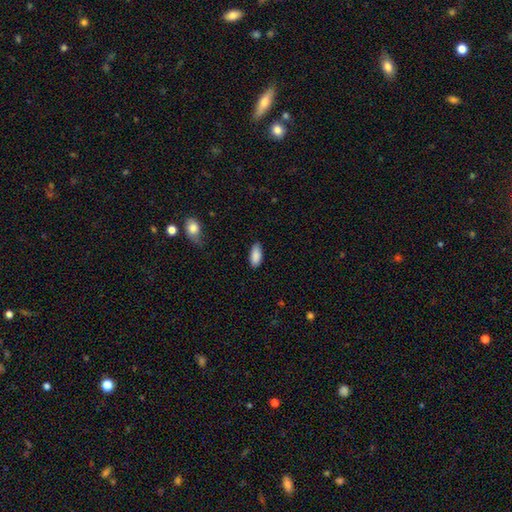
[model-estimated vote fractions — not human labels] The model was most divided on "merging": none: 81%, minor disturbance: 15%, major disturbance: 3%, merger: 1%. More confident: smooth or featured — smooth (89%); how rounded — in between (88%).